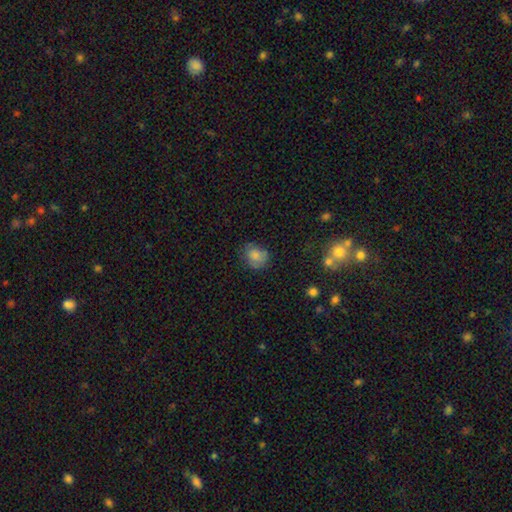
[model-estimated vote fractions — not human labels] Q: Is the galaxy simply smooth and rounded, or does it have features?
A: smooth — 78%.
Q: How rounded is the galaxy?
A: round — 62%.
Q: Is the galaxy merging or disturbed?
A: none — 66%.